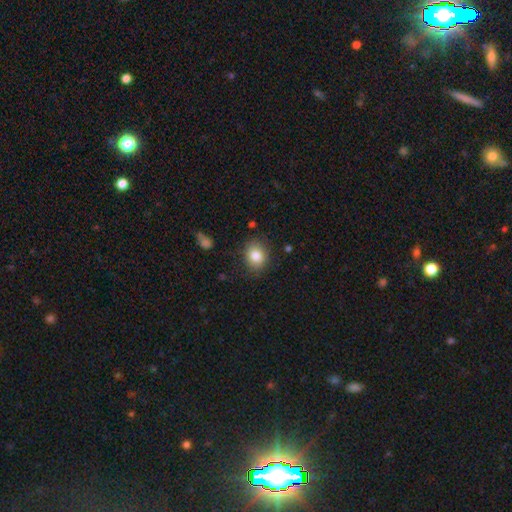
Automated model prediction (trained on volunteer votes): A smooth galaxy with no disk features (83%) that is round (63%).

Vote fractions:
- Smooth or featured? smooth: 83% / star or artifact: 10% / featured or disk: 8%
- How rounded? round: 63% / in between: 36% / cigar-shaped: 1%
- Merging? none: 82% / minor disturbance: 13% / major disturbance: 3% / merger: 2%